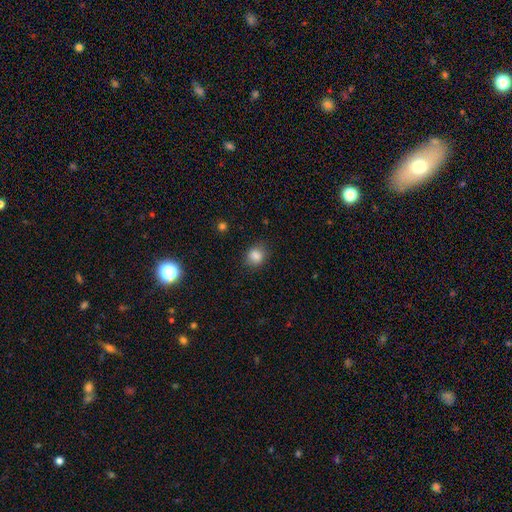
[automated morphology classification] This is clearly a smooth galaxy (84%). How rounded: likely round (61%). Merging: clearly none (80%).